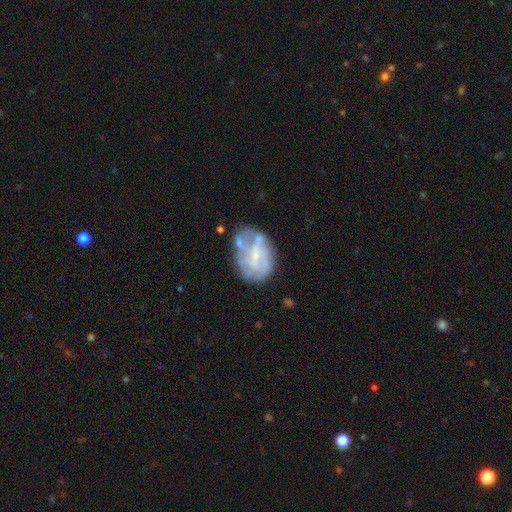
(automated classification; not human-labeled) Smooth or featured: featured or disk — 65% (smooth — 26%)
Edge-on disk: no — 97% (yes — 3%)
Bar: no — 50% (weak — 39%)
Spiral arms: no — 58% (yes — 42%)
Bulge size: small — 57% (moderate — 22%)
Merging: none — 49% (minor disturbance — 24%)